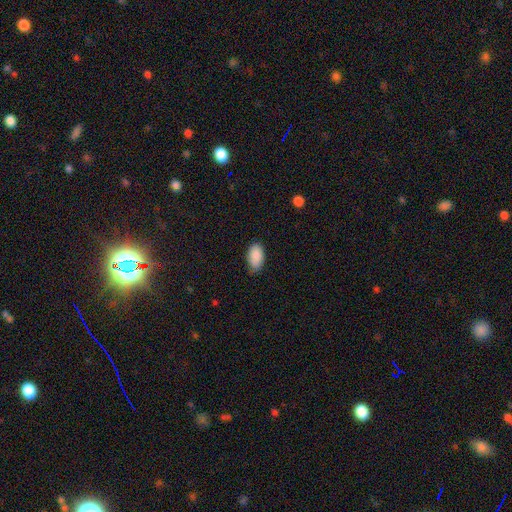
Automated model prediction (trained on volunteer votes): Smooth or featured? Predicted: smooth (p=0.89). How rounded? Predicted: in between (p=0.94). Merging? Predicted: none (p=0.74).